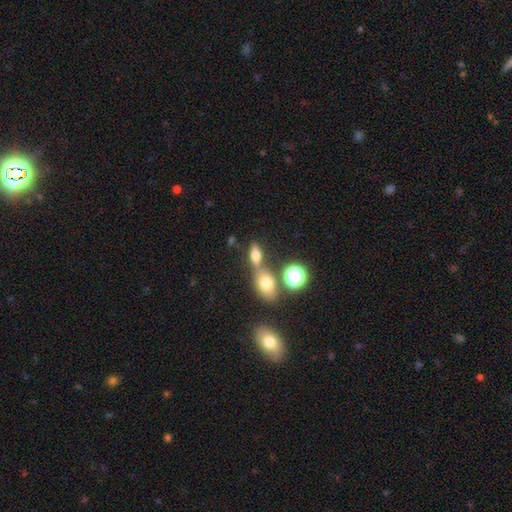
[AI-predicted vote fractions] This is likely a smooth galaxy (66%). How rounded: likely in between (70%). Merging: possibly none (54%).